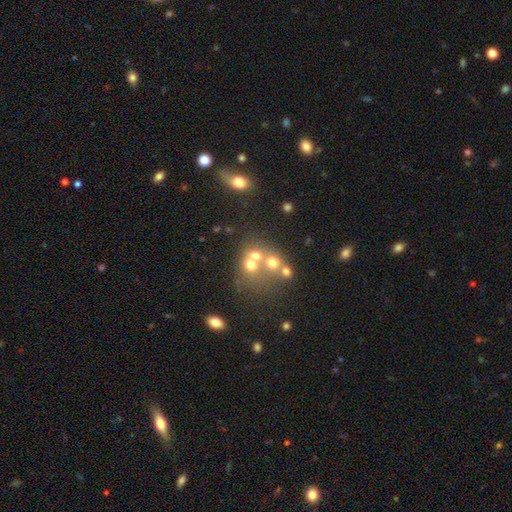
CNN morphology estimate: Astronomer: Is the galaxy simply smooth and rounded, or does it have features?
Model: smooth — 57%.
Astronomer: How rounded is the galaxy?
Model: round — 74%.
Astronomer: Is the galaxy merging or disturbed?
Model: merger — 49% (runner-up: none, 37%).